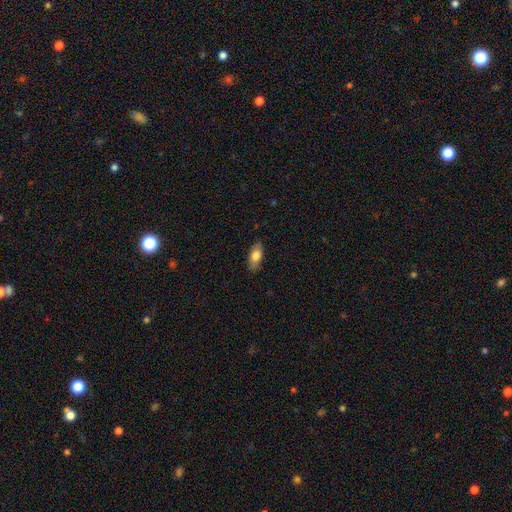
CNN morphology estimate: Smooth or featured? Predicted: smooth (p=0.74). How rounded? Predicted: in between (p=0.84). Merging? Predicted: none (p=0.84).